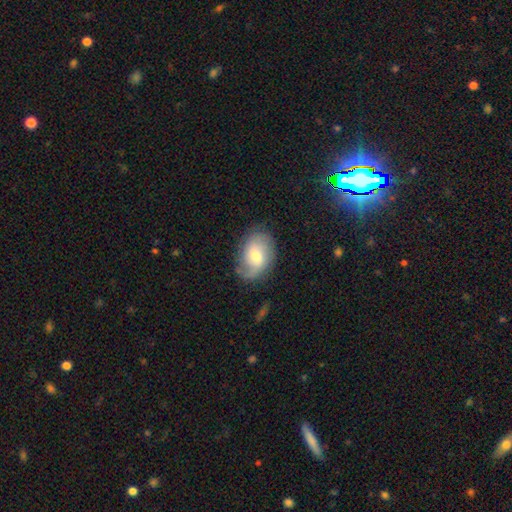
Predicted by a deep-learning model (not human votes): Q: Smooth or featured?
A: featured or disk (54%); runner-up: smooth (38%)
Q: Edge-on disk?
A: no (96%); runner-up: yes (4%)
Q: Bar?
A: no (50%); runner-up: weak (42%)
Q: Spiral arms?
A: yes (85%); runner-up: no (15%)
Q: Bulge size?
A: moderate (54%); runner-up: small (36%)
Q: Merging?
A: none (68%); runner-up: minor disturbance (22%)